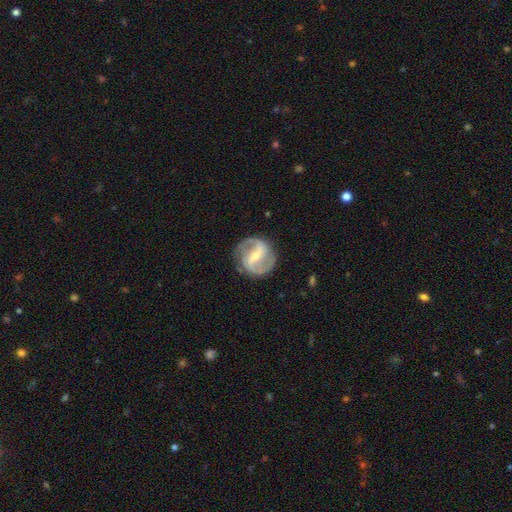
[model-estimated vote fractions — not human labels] smooth-or-featured: featured or disk: 87% | smooth: 8% | star or artifact: 5%
  disk-edge-on: no: 97% | yes: 3%
    bar: strong: 54% | weak: 36% | no: 10%
    has-spiral-arms: yes: 95% | no: 5%
      spiral-winding: medium: 53% | tight: 25% | loose: 23%
      spiral-arm-count: 2: 90% | can't tell: 4% | 3: 2% | 1: 2% | 4: 1% | more than 4: 1%
    bulge-size: small: 55% | moderate: 41% | none: 2% | large: 2% | dominant: 1%
  merging: none: 82% | minor disturbance: 12% | major disturbance: 5% | merger: 1%